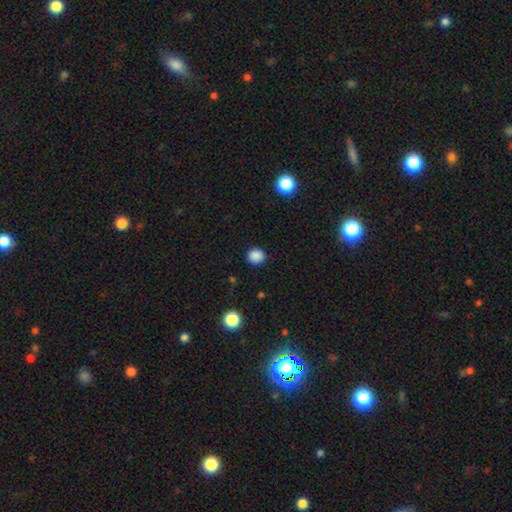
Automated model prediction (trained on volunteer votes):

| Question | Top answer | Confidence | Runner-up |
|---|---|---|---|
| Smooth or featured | smooth | 86% | star or artifact (11%) |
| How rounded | round | 83% | in between (16%) |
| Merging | none | 89% | minor disturbance (8%) |